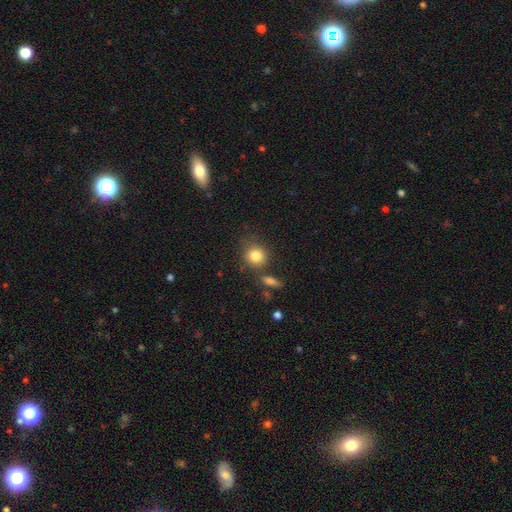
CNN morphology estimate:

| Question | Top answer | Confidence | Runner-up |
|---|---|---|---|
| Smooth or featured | smooth | 82% | star or artifact (10%) |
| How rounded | round | 81% | in between (17%) |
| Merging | none | 72% | minor disturbance (14%) |